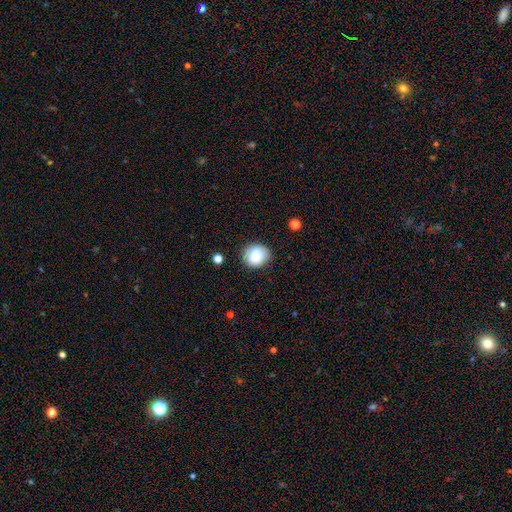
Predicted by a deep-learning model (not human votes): Q: Smooth or featured?
A: smooth (78%); runner-up: featured or disk (13%)
Q: How rounded?
A: round (76%); runner-up: in between (23%)
Q: Merging?
A: none (79%); runner-up: minor disturbance (15%)